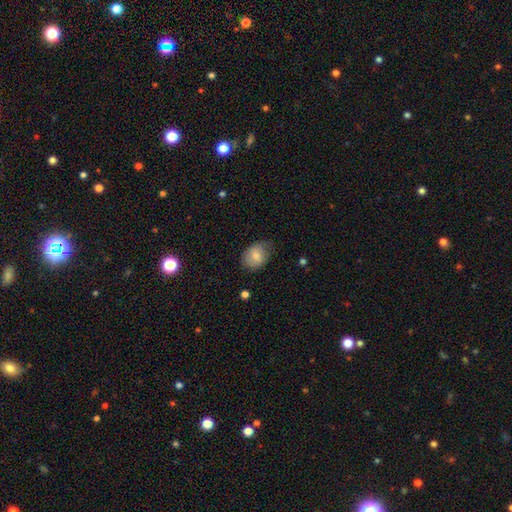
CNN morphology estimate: A smooth galaxy with no disk features (79%) that is in between round and cigar-shaped (66%). Merging: none (62%).